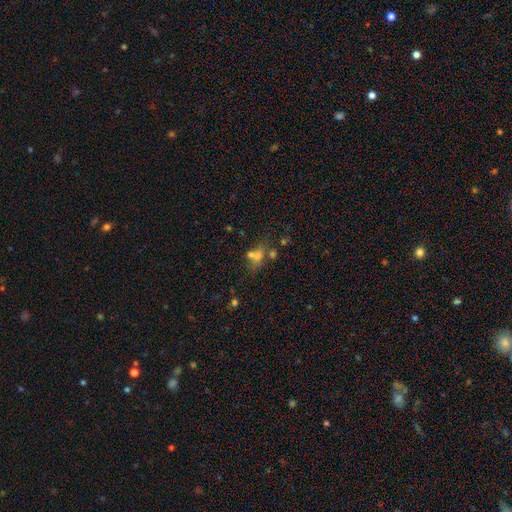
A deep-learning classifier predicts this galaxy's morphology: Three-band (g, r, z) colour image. It shows a smooth galaxy with no disk features (55%) that is in between round and cigar-shaped (49%). Merging: none (41%).